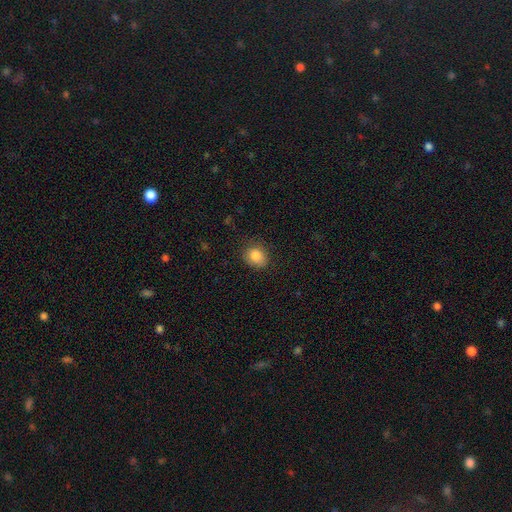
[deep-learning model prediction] smooth-or-featured: smooth: 85% | star or artifact: 9% | featured or disk: 6%
  how-rounded: round: 61% | in between: 38% | cigar-shaped: 1%
  merging: none: 79% | minor disturbance: 16% | major disturbance: 4% | merger: 1%